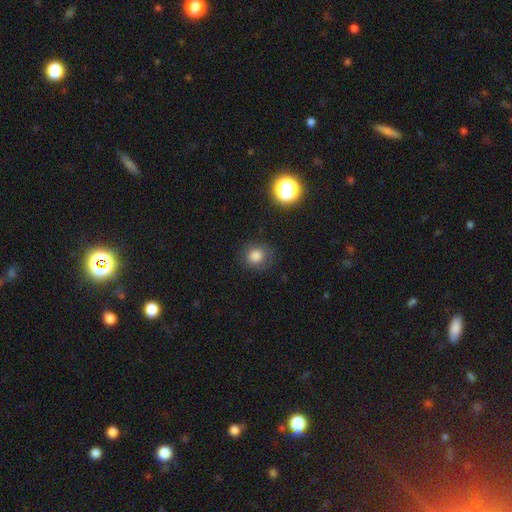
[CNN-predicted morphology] smooth_or_featured: smooth (p=0.82) [alt: star or artifact p=0.13]
how_rounded: round (p=0.84) [alt: in between p=0.15]
merging: none (p=0.82) [alt: minor disturbance p=0.12]